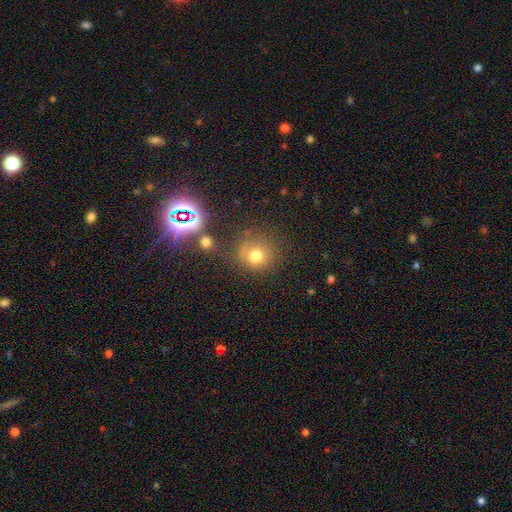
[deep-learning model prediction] Overall: smooth (71%). How rounded: round (85%). Merging: none (64%).